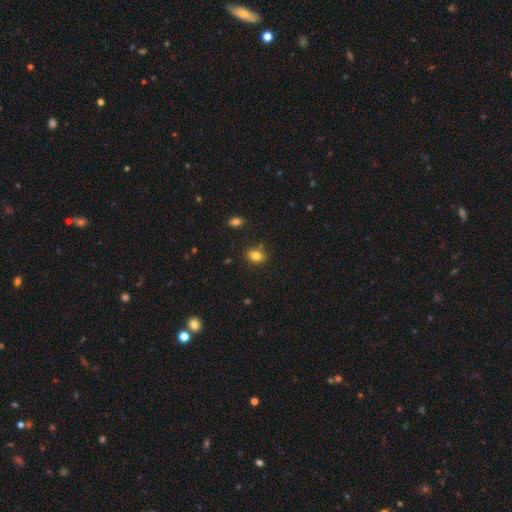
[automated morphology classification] A smooth galaxy with no disk features (81%) that is in between round and cigar-shaped (71%).

Vote fractions:
- Smooth or featured? smooth: 81% / star or artifact: 11% / featured or disk: 8%
- How rounded? in between: 71% / round: 28% / cigar-shaped: 2%
- Merging? none: 79% / minor disturbance: 13% / merger: 5% / major disturbance: 3%